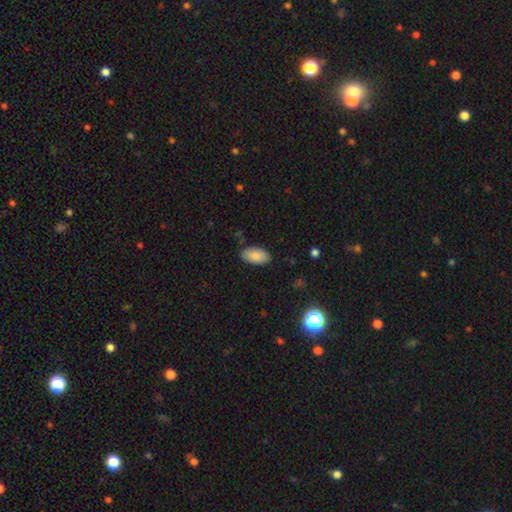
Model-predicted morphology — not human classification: Q: Smooth or featured?
A: smooth (86%); runner-up: featured or disk (7%)
Q: How rounded?
A: in between (95%); runner-up: round (3%)
Q: Merging?
A: none (85%); runner-up: minor disturbance (11%)